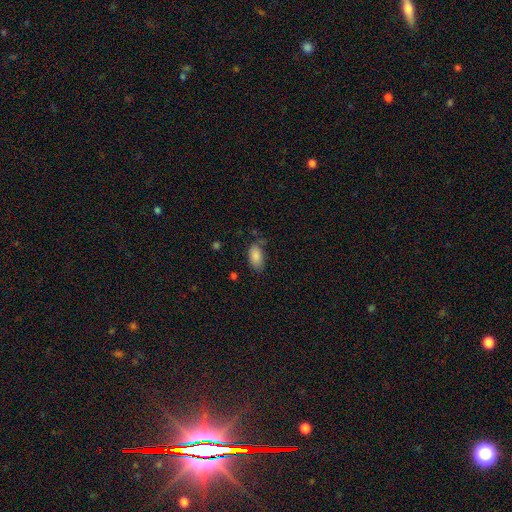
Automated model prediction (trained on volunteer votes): Smooth or featured: smooth — 87% (star or artifact — 8%)
How rounded: in between — 94% (round — 3%)
Merging: none — 67% (minor disturbance — 23%)